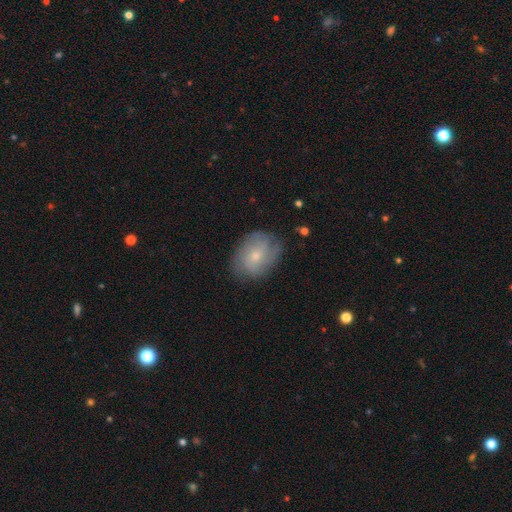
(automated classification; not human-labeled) Q: Smooth or featured?
A: featured or disk (51%); runner-up: smooth (41%)
Q: Edge-on disk?
A: no (96%); runner-up: yes (4%)
Q: Merging?
A: none (73%); runner-up: minor disturbance (20%)